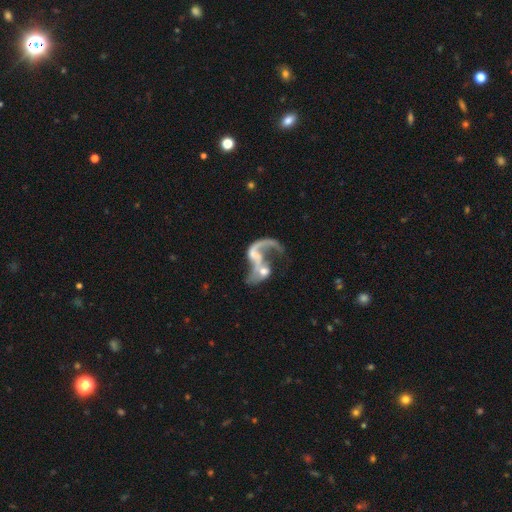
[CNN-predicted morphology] Smooth or featured? Predicted: featured or disk (p=0.77). Edge-on disk? Predicted: no (p=0.97). Bar? Predicted: no (p=0.56). Spiral arms? Predicted: yes (p=0.75). Spiral winding? Predicted: loose (p=0.84). Spiral arm count? Predicted: 1 (p=0.46, tied with 2). Bulge size? Predicted: small (p=0.34). Merging? Predicted: merger (p=0.53).